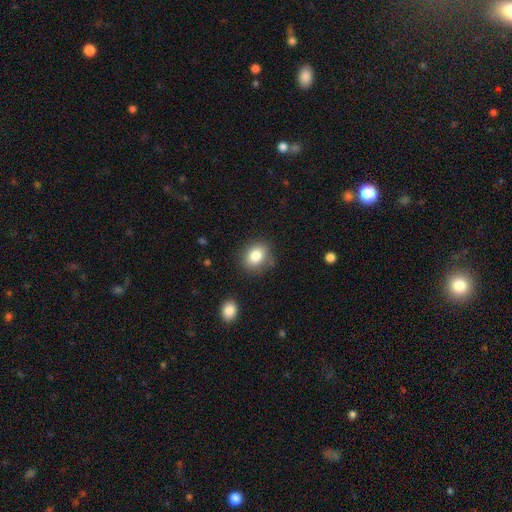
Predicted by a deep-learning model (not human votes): This is clearly a smooth galaxy (83%). How rounded: possibly round (50%). Merging: clearly none (81%).